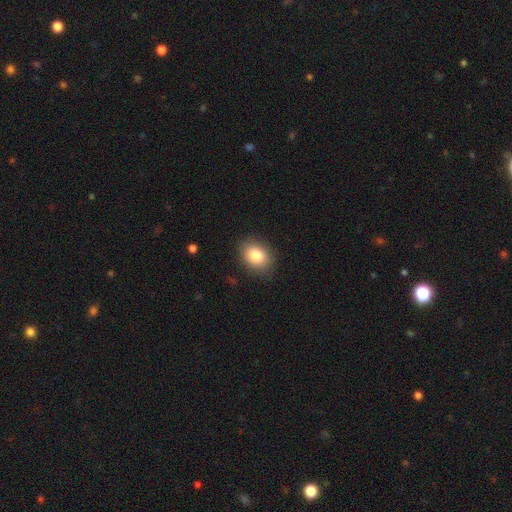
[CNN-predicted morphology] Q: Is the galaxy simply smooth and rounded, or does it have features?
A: smooth — 84%.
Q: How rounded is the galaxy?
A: in between — 62%.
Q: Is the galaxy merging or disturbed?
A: none — 87%.